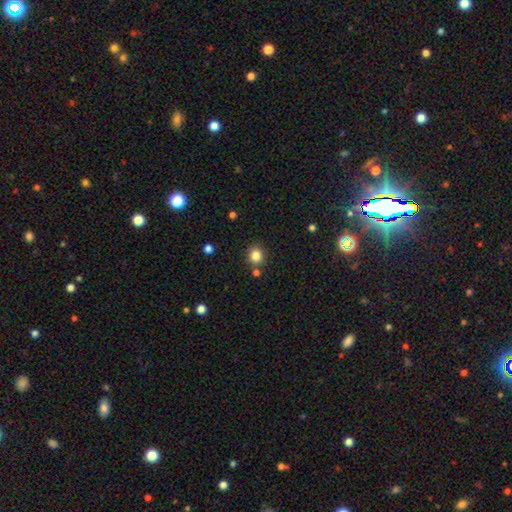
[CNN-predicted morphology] smooth-or-featured: smooth: 83% | star or artifact: 12% | featured or disk: 5%
  how-rounded: round: 83% | in between: 17% | cigar-shaped: 1%
  merging: none: 81% | minor disturbance: 9% | merger: 8% | major disturbance: 3%